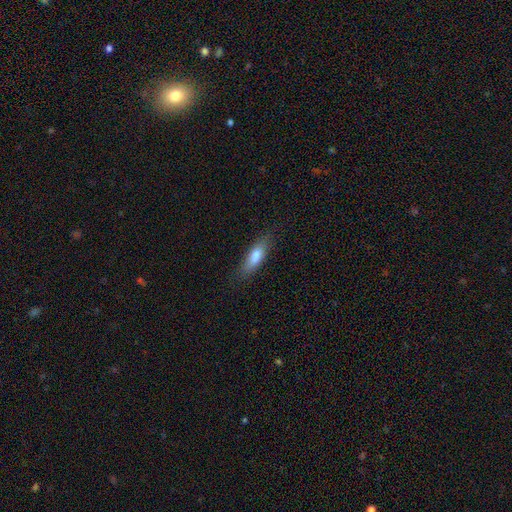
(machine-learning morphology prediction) This appears to be a smooth galaxy with no disk features (78%) that is in between round and cigar-shaped (54%). Merging: none (79%).